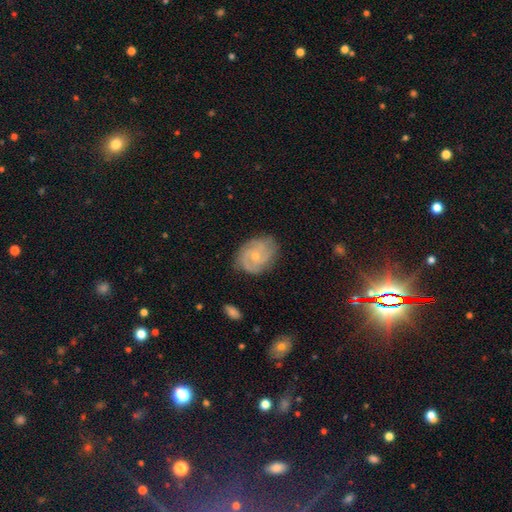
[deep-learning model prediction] This appears to be a featured or disk galaxy (80%) with no bar (70%), 2 (36%) tight (56%) spiral arms (95%) and a small central bulge (57%). Merging: none (76%).